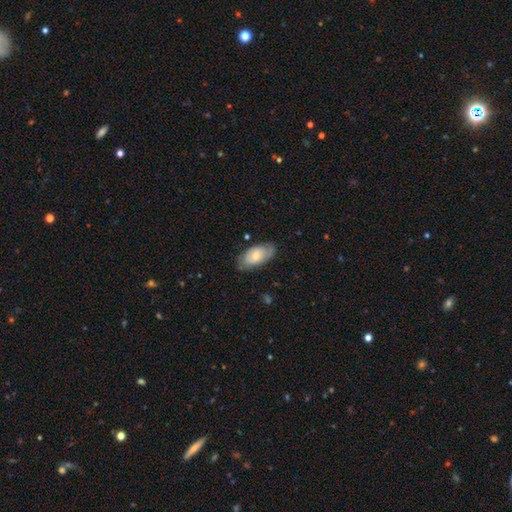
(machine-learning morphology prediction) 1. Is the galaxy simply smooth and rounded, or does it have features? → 54% smooth, 40% featured or disk, 6% star or artifact.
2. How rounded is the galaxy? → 93% in between, 4% round, 3% cigar-shaped.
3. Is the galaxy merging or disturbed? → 71% none, 22% minor disturbance, 6% major disturbance, 1% merger.